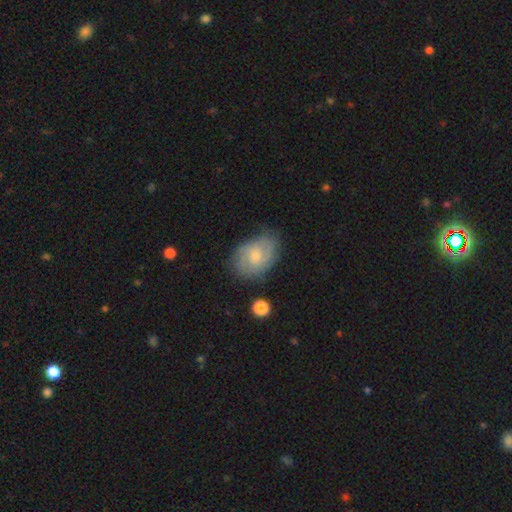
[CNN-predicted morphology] Smooth or featured? Predicted: featured or disk (p=0.57). Edge-on disk? Predicted: no (p=0.97). Bar? Predicted: no (p=0.66). Spiral arms? Predicted: yes (p=0.82). Bulge size? Predicted: small (p=0.57). Merging? Predicted: none (p=0.65).